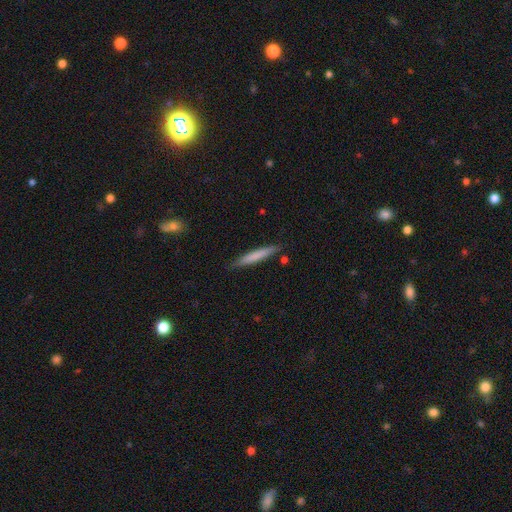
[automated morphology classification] A smooth galaxy with no disk features (70%) that is cigar-shaped (95%). Merging: none (86%).